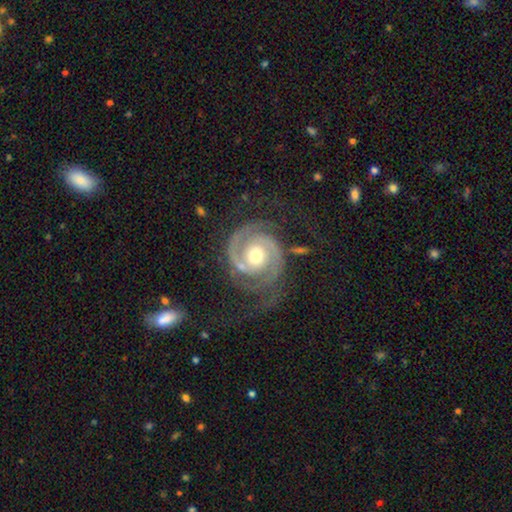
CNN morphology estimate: A featured or disk galaxy (91%) with no bar (69%), 2 (87%) tight (64%) spiral arms (98%) and a moderate central bulge (71%).

Vote fractions:
- Smooth or featured? featured or disk: 91% / smooth: 4% / star or artifact: 4%
- Edge-on disk? no: 98% / yes: 2%
- Bar? no: 69% / weak: 22% / strong: 8%
- Spiral arms? yes: 98% / no: 2%
- Spiral winding? tight: 64% / medium: 30% / loose: 6%
- Spiral arm count? 2: 87% / 3: 4% / can't tell: 4% / 1: 2% / 4: 2% / more than 4: 2%
- Bulge size? moderate: 71% / small: 20% / large: 7% / dominant: 1% / none: 1%
- Merging? none: 68% / minor disturbance: 18% / major disturbance: 12% / merger: 3%